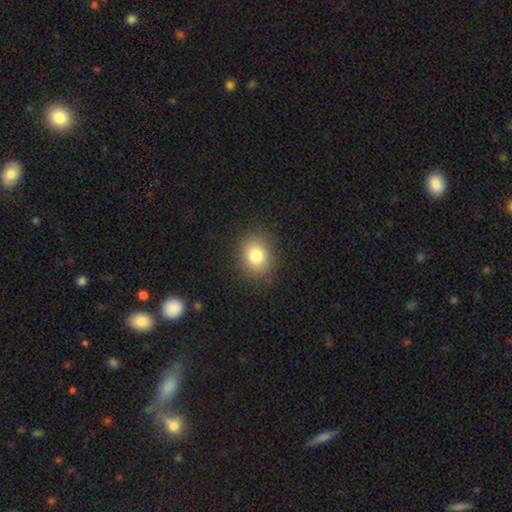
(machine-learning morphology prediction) smooth_or_featured: smooth (p=0.80) [alt: star or artifact p=0.11]
how_rounded: round (p=0.64) [alt: in between p=0.35]
merging: none (p=0.87) [alt: minor disturbance p=0.08]